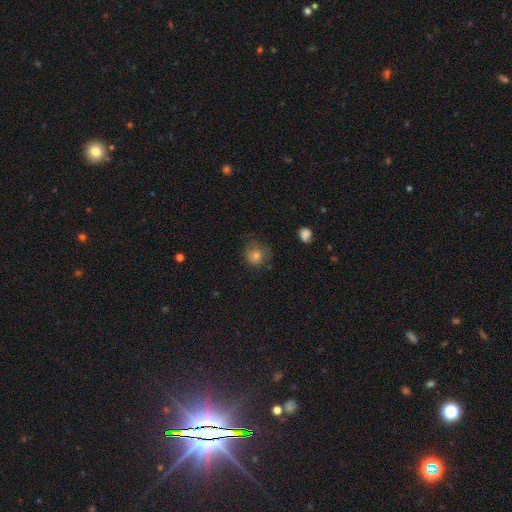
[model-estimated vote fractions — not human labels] This is likely a smooth galaxy (77%). How rounded: clearly round (86%). Merging: likely none (69%).